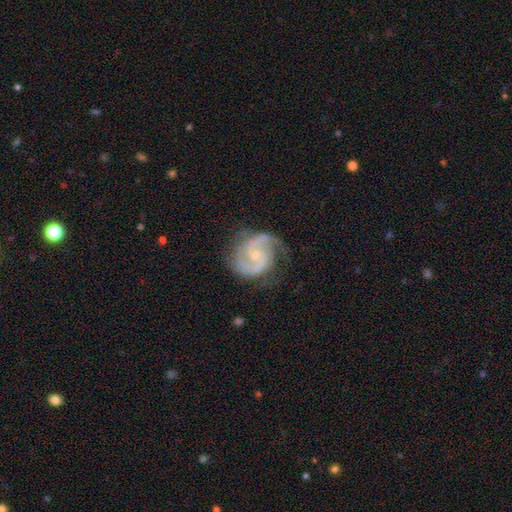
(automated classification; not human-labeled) smooth-or-featured: featured or disk: 91% | smooth: 5% | star or artifact: 5%
  disk-edge-on: no: 98% | yes: 2%
    bar: no: 57% | weak: 35% | strong: 8%
    has-spiral-arms: yes: 98% | no: 2%
      spiral-winding: medium: 56% | tight: 31% | loose: 13%
      spiral-arm-count: 2: 86% | 3: 6% | can't tell: 3% | 1: 2% | 4: 2% | more than 4: 1%
    bulge-size: small: 71% | moderate: 23% | none: 4% | large: 1% | dominant: 1%
  merging: none: 73% | minor disturbance: 19% | major disturbance: 7% | merger: 1%